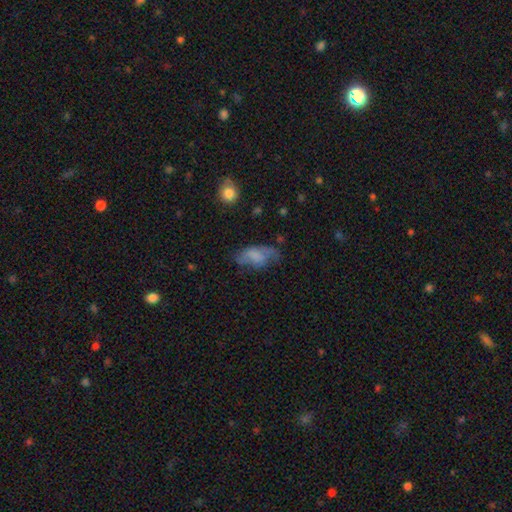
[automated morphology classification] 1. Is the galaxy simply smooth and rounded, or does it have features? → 63% smooth, 27% featured or disk, 10% star or artifact.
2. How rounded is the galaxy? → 89% in between, 7% cigar-shaped, 4% round.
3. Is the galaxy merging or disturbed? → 46% none, 31% minor disturbance, 20% major disturbance, 3% merger.